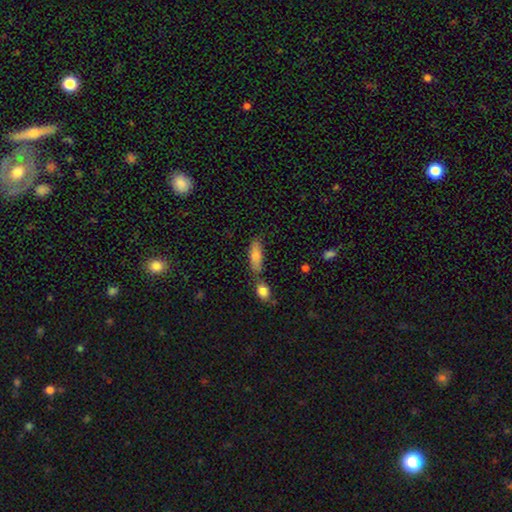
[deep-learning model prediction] Smooth or featured? Predicted: smooth (p=0.77). How rounded? Predicted: in between (p=0.62). Merging? Predicted: none (p=0.58).